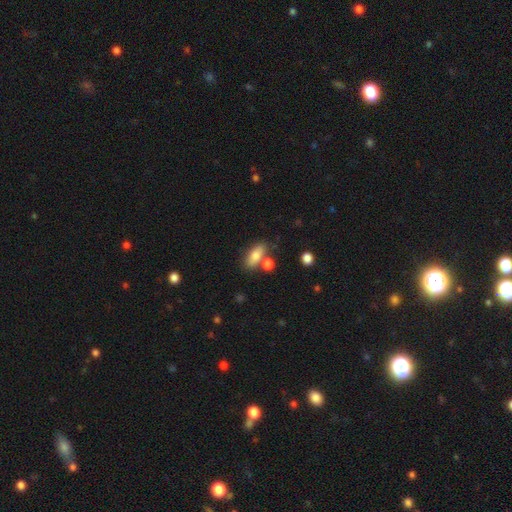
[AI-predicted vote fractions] A smooth galaxy with no disk features (78%) that is in between round and cigar-shaped (81%). Merging: none (64%).